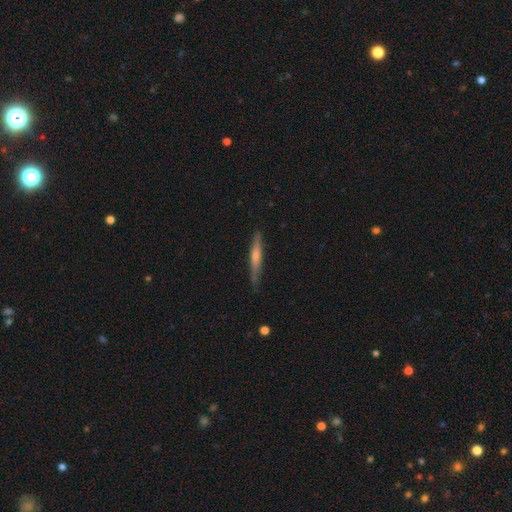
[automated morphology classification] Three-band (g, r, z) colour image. It shows a featured or disk galaxy (52%) viewed edge-on (95%). Merging: none (84%).